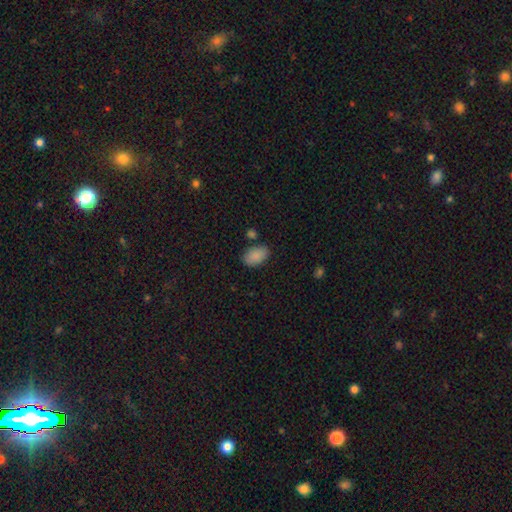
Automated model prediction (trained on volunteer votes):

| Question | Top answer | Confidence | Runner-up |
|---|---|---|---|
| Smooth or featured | smooth | 89% | star or artifact (7%) |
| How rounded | in between | 92% | round (7%) |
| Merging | none | 78% | minor disturbance (13%) |